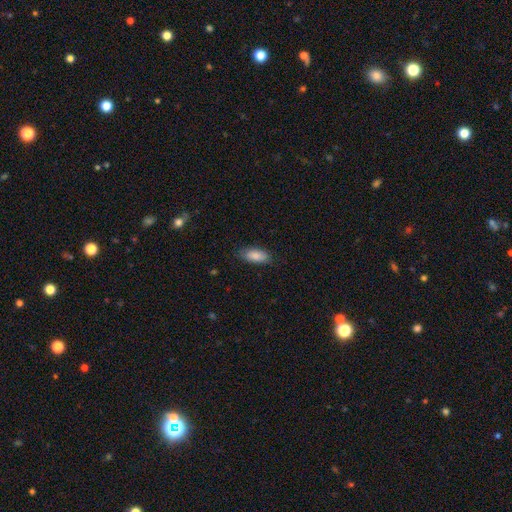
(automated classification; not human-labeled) Q: Smooth or featured?
A: smooth (88%); runner-up: featured or disk (6%)
Q: How rounded?
A: in between (85%); runner-up: cigar-shaped (13%)
Q: Merging?
A: none (82%); runner-up: minor disturbance (14%)